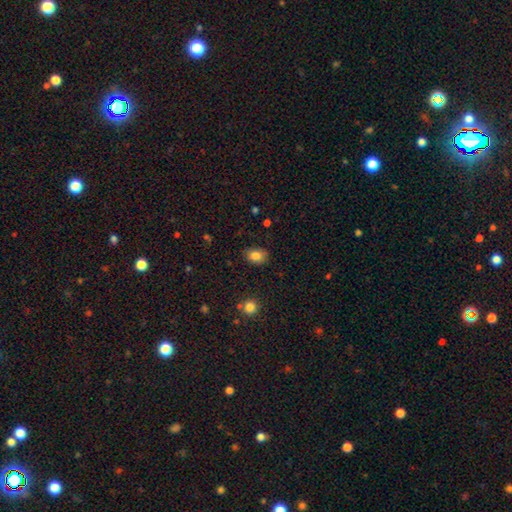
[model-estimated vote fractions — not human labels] The model was most divided on "how rounded": in between: 72%, round: 27%, cigar-shaped: 1%. More confident: smooth or featured — smooth (83%); merging — none (81%).